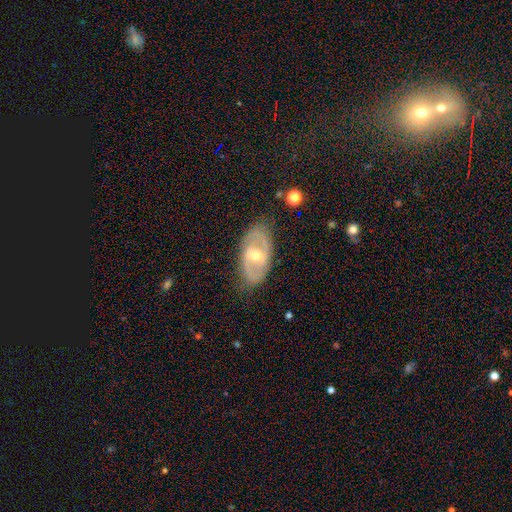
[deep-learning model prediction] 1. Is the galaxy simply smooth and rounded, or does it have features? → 77% featured or disk, 17% smooth, 6% star or artifact.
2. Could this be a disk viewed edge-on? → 94% no, 6% yes.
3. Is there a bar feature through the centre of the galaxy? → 43% no, 42% weak, 15% strong.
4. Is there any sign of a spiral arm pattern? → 76% yes, 24% no.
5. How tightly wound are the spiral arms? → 45% medium, 36% tight, 18% loose.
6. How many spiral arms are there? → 81% 2, 13% can't tell, 2% 1, 2% 3, 1% 4, 1% more than 4.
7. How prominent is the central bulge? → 60% moderate, 36% small, 2% large, 1% none, 1% dominant.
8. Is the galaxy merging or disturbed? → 83% none, 13% minor disturbance, 3% major disturbance, 1% merger.